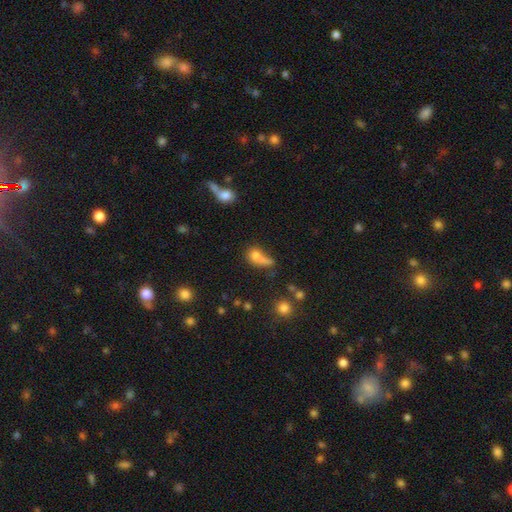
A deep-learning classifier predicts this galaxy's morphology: Smooth or featured?
  - smooth: 70% *
  - featured or disk: 15%
  - star or artifact: 15%
How rounded?
  - in between: 48% *
  - round: 44%
  - cigar-shaped: 8%
Merging?
  - merger: 39% *
  - none: 29%
  - major disturbance: 18%
  - minor disturbance: 14%